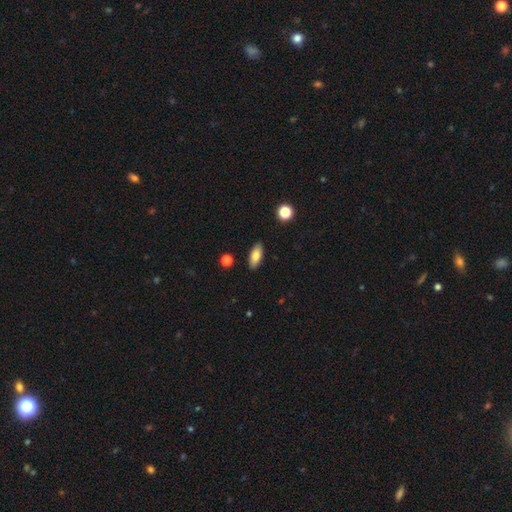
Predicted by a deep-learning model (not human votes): The model was most divided on "smooth or featured": smooth: 79%, featured or disk: 14%, star or artifact: 7%. More confident: merging — none (88%); how rounded — in between (82%).